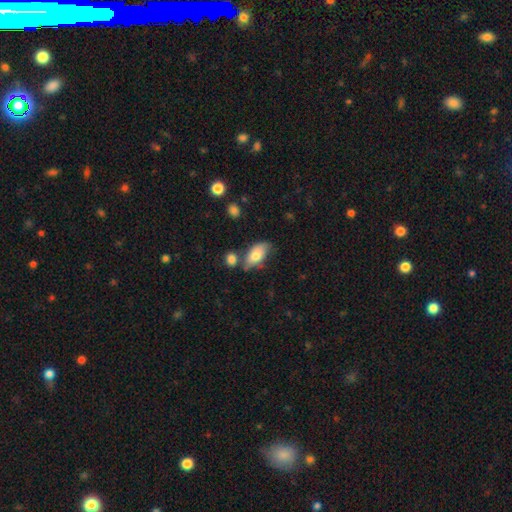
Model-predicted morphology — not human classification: type=smooth (74%); roundness=in between (90%); merging=none (51%).